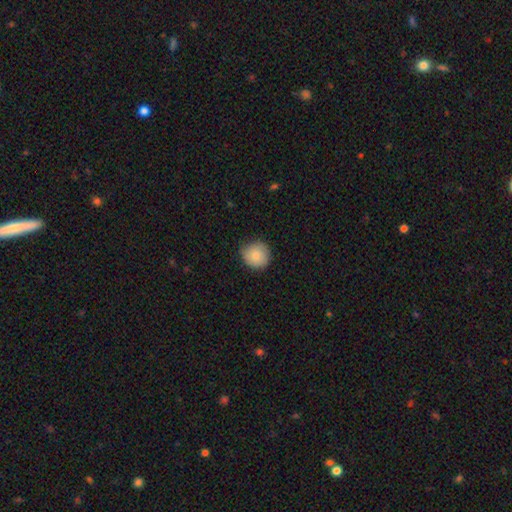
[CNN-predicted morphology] This appears to be a smooth galaxy with no disk features (83%) that is round (89%). Merging: none (76%).